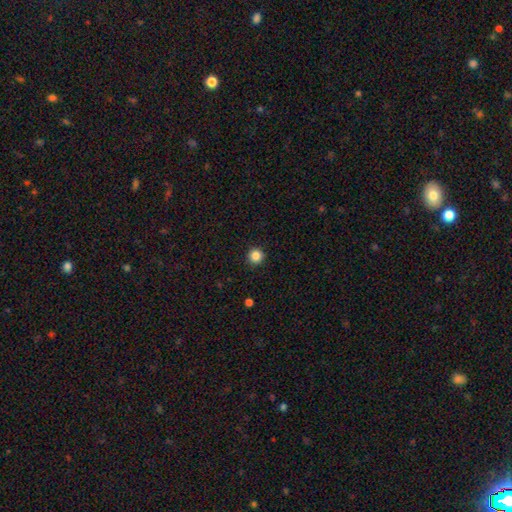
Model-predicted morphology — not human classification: smooth_or_featured: smooth (p=0.85) [alt: star or artifact p=0.11]
how_rounded: round (p=0.96) [alt: in between p=0.03]
merging: none (p=0.93) [alt: minor disturbance p=0.04]